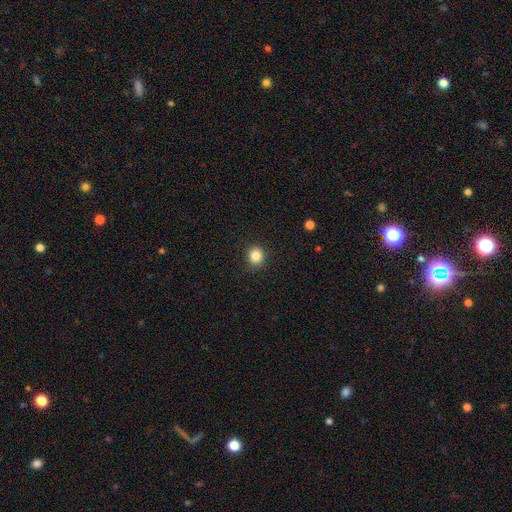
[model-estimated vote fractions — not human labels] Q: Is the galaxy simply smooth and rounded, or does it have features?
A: smooth — 85%.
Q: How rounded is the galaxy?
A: round — 87%.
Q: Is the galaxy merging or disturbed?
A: none — 90%.